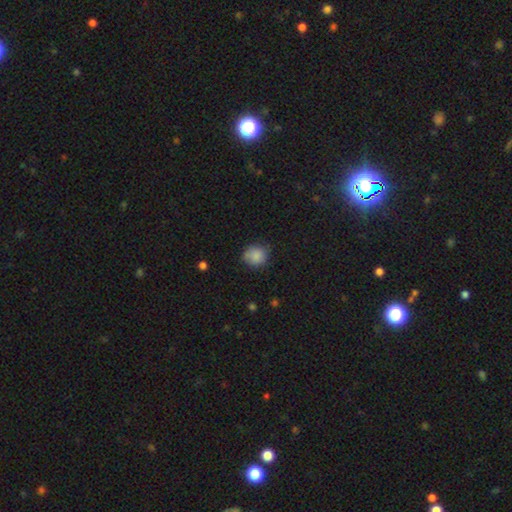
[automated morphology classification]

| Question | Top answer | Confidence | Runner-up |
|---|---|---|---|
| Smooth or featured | smooth | 85% | star or artifact (9%) |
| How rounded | round | 80% | in between (19%) |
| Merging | none | 72% | minor disturbance (22%) |